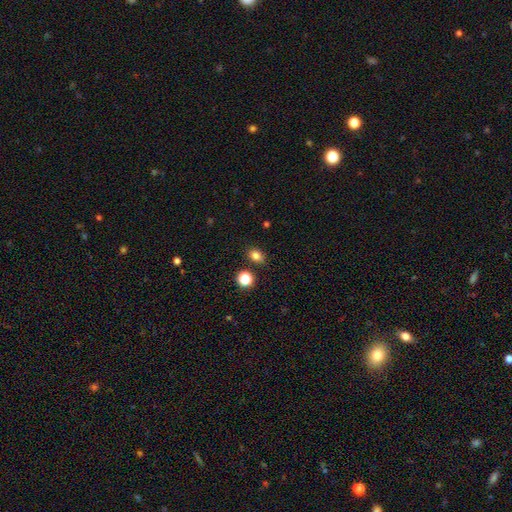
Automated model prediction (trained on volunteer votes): A smooth galaxy with no disk features (81%) that is in between round and cigar-shaped (64%). Merging: none (83%).